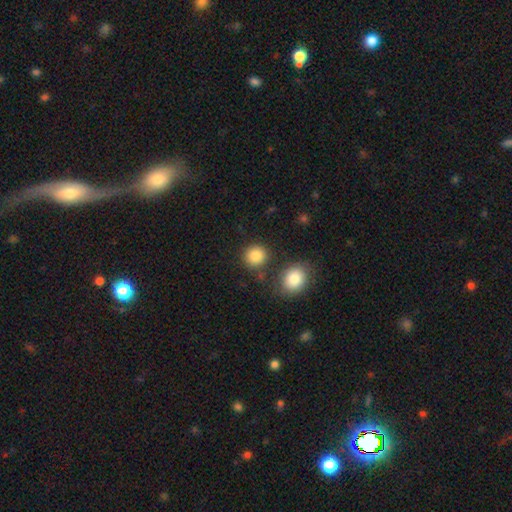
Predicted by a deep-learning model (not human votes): This appears to be a smooth galaxy with no disk features (87%) that is round (85%). Merging: none (77%).